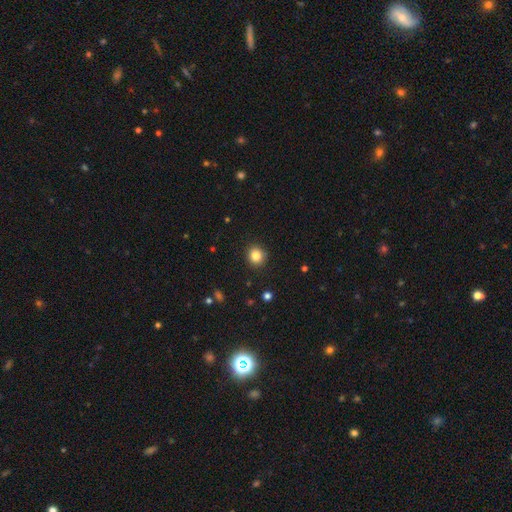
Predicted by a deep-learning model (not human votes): Q: Smooth or featured?
A: smooth (83%); runner-up: star or artifact (11%)
Q: How rounded?
A: round (90%); runner-up: in between (9%)
Q: Merging?
A: none (92%); runner-up: minor disturbance (6%)